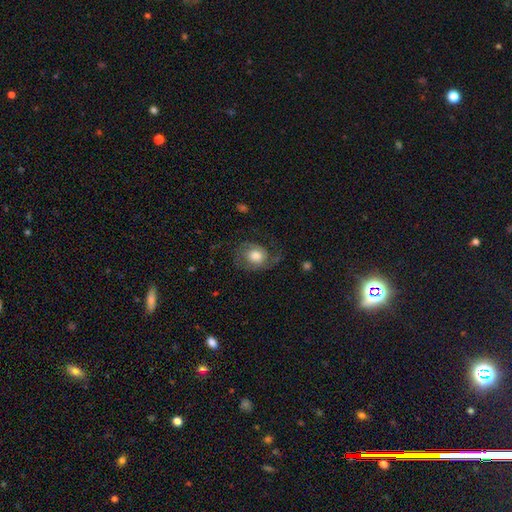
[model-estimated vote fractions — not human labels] smooth_or_featured: featured or disk (p=0.50) [alt: smooth p=0.42]
disk_edge_on: no (p=0.97) [alt: yes p=0.03]
merging: none (p=0.50) [alt: major disturbance p=0.25]